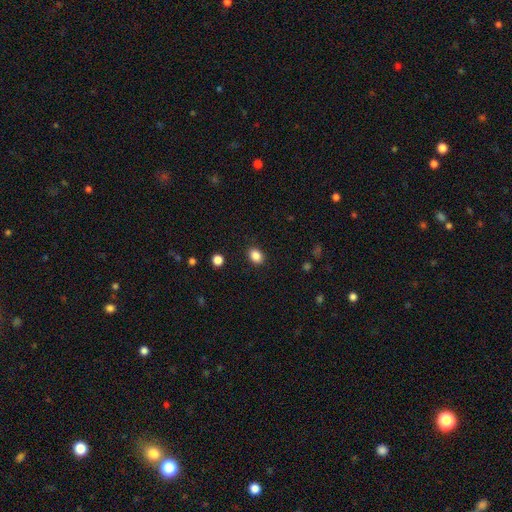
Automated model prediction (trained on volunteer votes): A smooth galaxy with no disk features (86%) that is in between round and cigar-shaped (67%). Merging: none (88%).